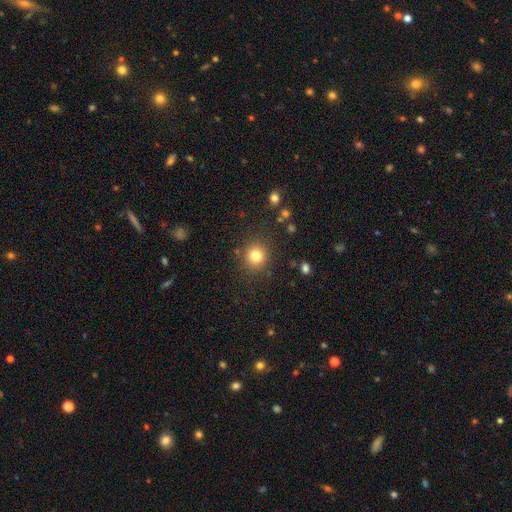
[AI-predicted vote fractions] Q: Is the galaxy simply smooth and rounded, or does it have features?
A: smooth — 81%.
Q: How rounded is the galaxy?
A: round — 90%.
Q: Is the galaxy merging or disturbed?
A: none — 86%.